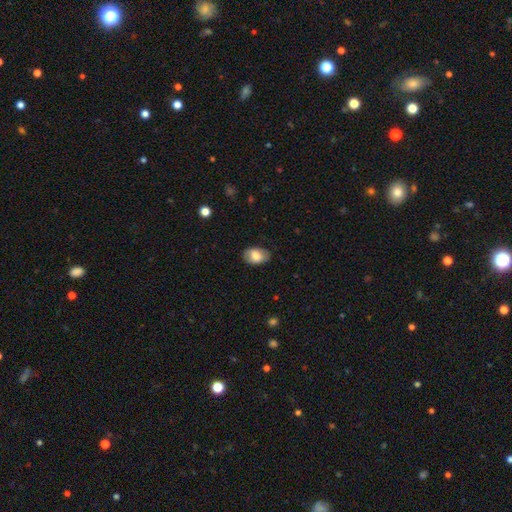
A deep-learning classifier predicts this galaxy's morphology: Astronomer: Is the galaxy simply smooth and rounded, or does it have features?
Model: smooth — 73%.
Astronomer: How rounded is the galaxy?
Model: in between — 87%.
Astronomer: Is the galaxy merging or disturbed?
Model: none — 80%.